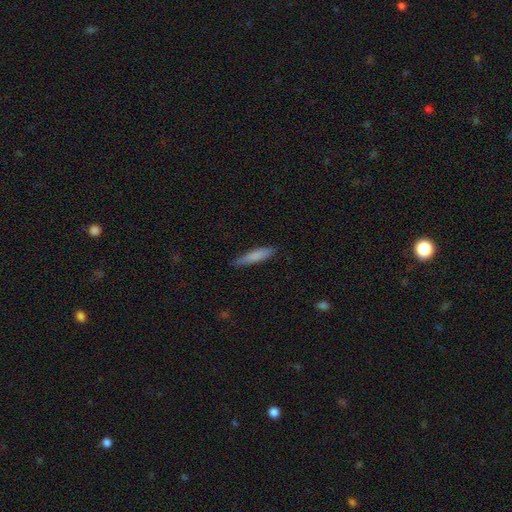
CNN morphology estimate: Smooth or featured: smooth — 80% (featured or disk — 14%)
How rounded: cigar-shaped — 82% (in between — 17%)
Merging: none — 84% (minor disturbance — 13%)